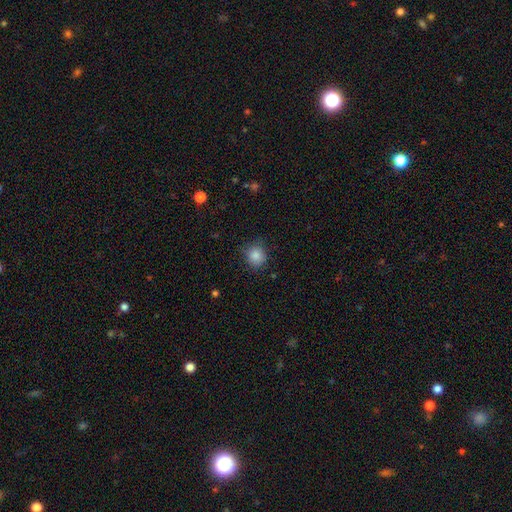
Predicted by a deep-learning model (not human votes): smooth 85%, star or artifact 10%, featured or disk 5%. Down the decision tree: how rounded — round (85%); merging — none (79%).